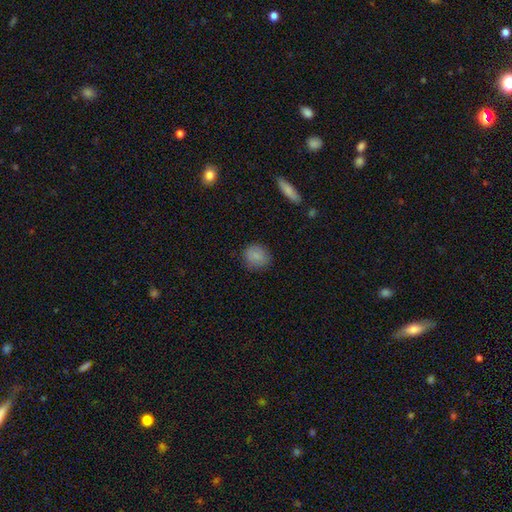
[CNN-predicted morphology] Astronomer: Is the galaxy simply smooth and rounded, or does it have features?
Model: smooth — 85%.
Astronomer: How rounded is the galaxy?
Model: round — 81%.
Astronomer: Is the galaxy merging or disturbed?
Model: none — 84%.